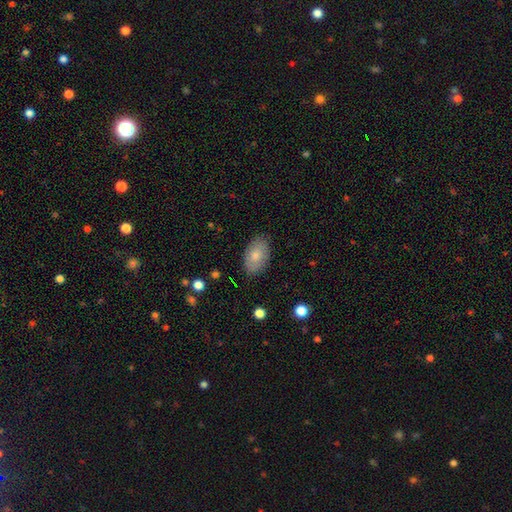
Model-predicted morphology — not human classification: Q: Smooth or featured?
A: smooth (73%); runner-up: featured or disk (20%)
Q: How rounded?
A: in between (91%); runner-up: round (7%)
Q: Merging?
A: none (83%); runner-up: minor disturbance (13%)